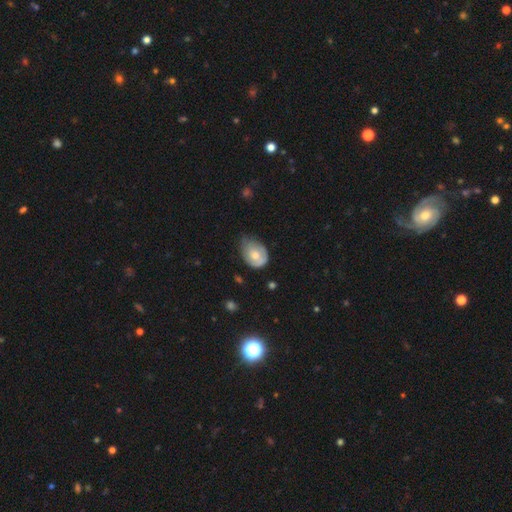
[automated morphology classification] Smooth or featured? smooth (61%)
How rounded? in between (67%)
Merging? minor disturbance (47%)